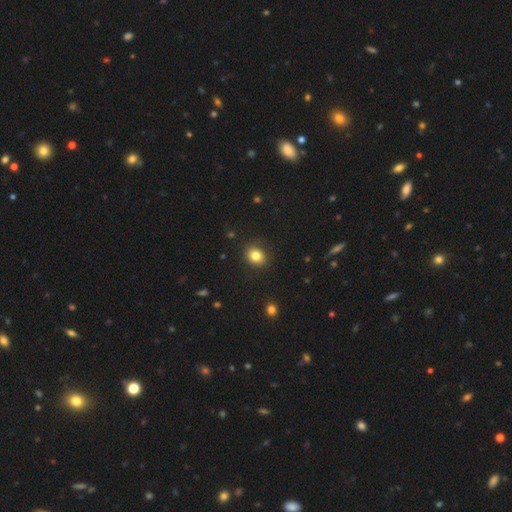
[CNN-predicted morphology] Q: Smooth or featured?
A: smooth (83%); runner-up: star or artifact (11%)
Q: How rounded?
A: round (69%); runner-up: in between (30%)
Q: Merging?
A: none (86%); runner-up: minor disturbance (10%)